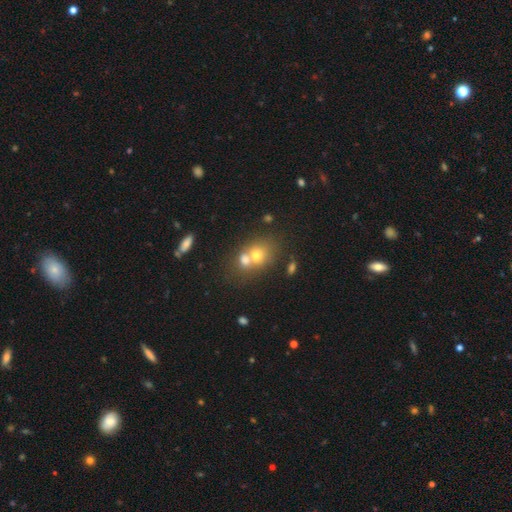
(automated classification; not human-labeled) Smooth or featured? Predicted: smooth (p=0.65). How rounded? Predicted: round (p=0.57). Merging? Predicted: merger (p=0.58).